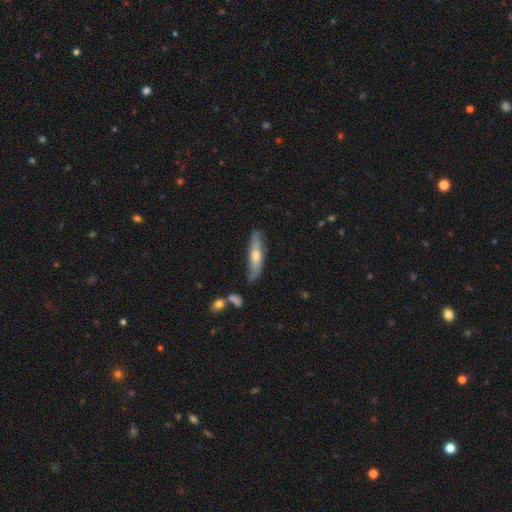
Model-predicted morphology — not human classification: A featured or disk galaxy (50%) viewed edge-on (68%). Merging: none (73%).